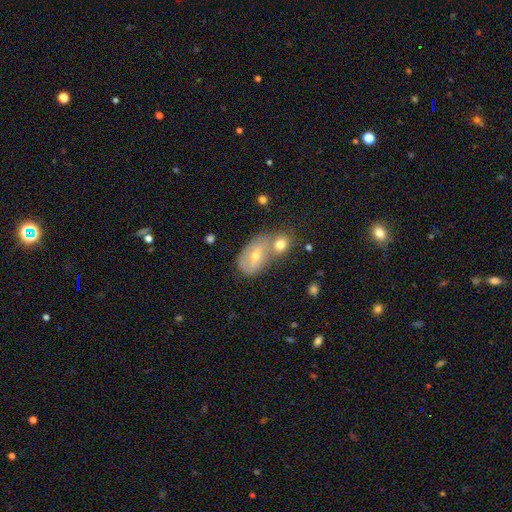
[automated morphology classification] Q: Smooth or featured?
A: featured or disk (48%); runner-up: smooth (38%)
Q: Merging?
A: none (43%); runner-up: merger (38%)